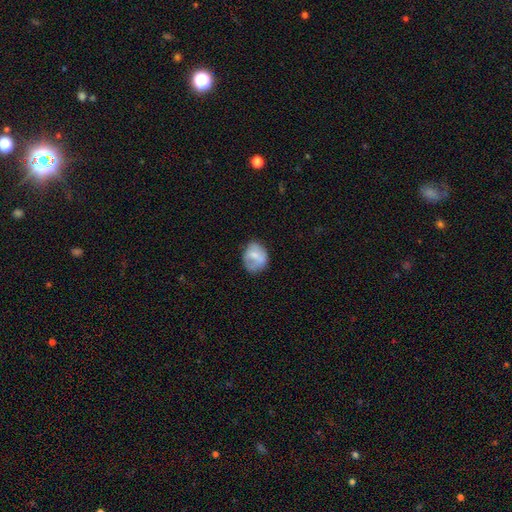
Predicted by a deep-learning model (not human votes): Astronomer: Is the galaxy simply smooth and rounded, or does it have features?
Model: smooth — 62%.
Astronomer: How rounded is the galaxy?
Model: round — 51% (runner-up: in between, 48%).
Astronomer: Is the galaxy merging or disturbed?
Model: none — 57%.